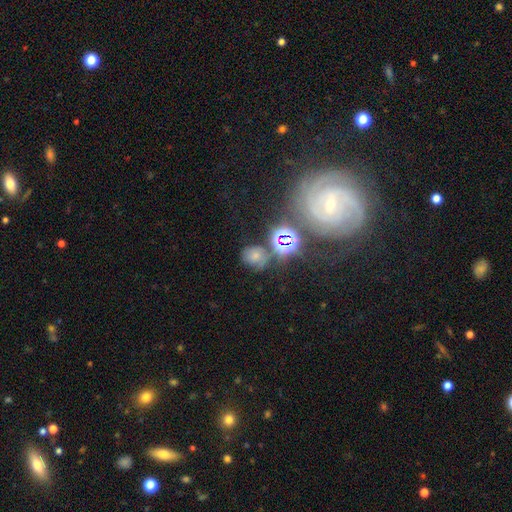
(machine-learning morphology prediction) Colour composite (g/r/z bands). It shows a smooth galaxy with no disk features (50%). Merging: none (62%).